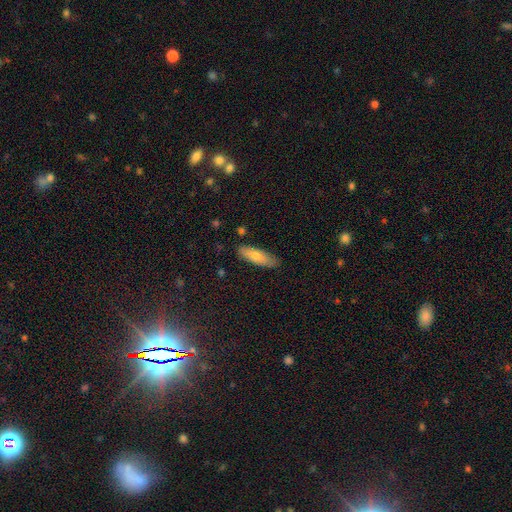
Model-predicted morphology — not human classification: Smooth or featured?
  - smooth: 70% *
  - featured or disk: 23%
  - star or artifact: 7%
How rounded?
  - cigar-shaped: 51% *
  - in between: 47%
  - round: 2%
Merging?
  - none: 85% *
  - minor disturbance: 12%
  - major disturbance: 2%
  - merger: 1%